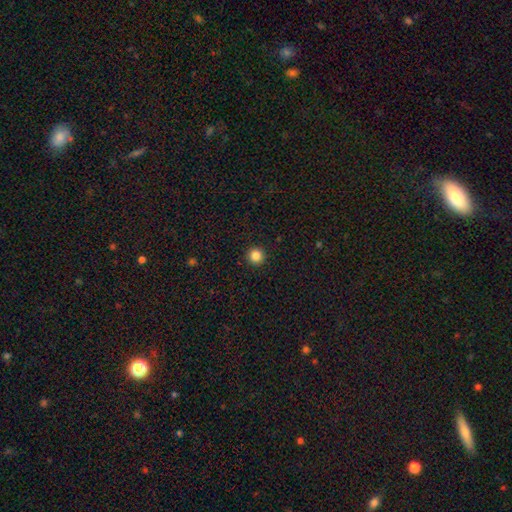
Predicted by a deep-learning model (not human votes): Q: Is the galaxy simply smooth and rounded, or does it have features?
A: smooth — 85%.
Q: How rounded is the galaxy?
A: round — 96%.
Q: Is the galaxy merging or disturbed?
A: none — 93%.